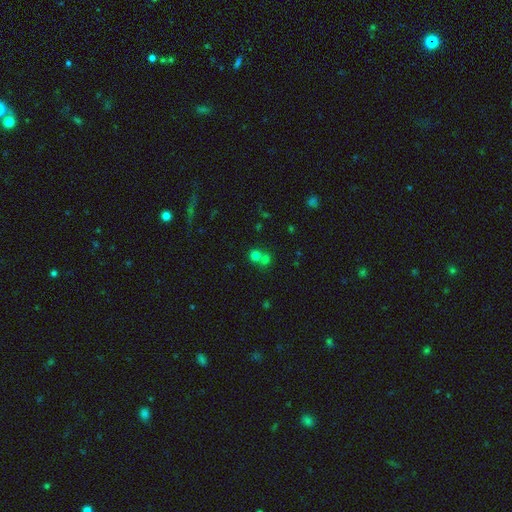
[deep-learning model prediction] Overall: smooth (69%). How rounded: round (85%). Merging: merger (49%; none 43%).